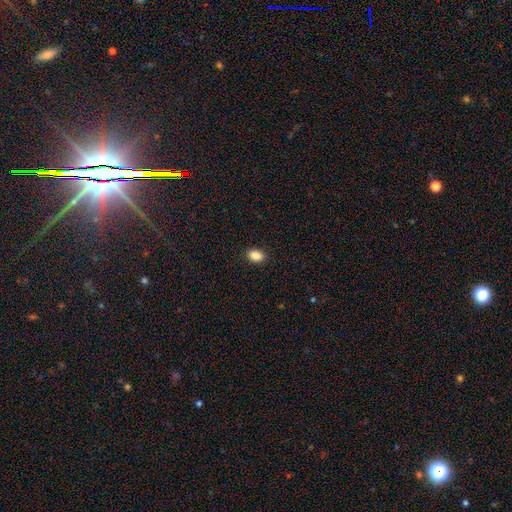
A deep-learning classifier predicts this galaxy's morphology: Smooth or featured? smooth (89%)
How rounded? in between (86%)
Merging? none (90%)